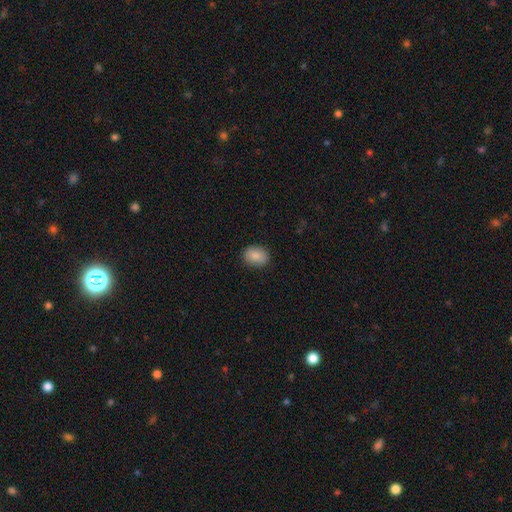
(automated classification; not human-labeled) Smooth or featured? smooth (86%)
How rounded? in between (61%)
Merging? none (88%)